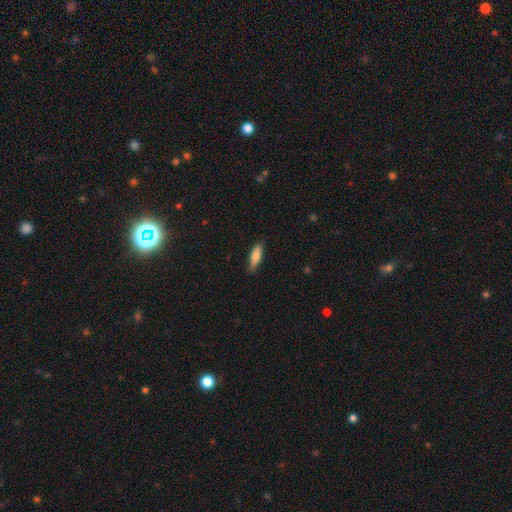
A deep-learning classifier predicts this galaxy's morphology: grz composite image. It shows a smooth galaxy with no disk features (75%) that is in between round and cigar-shaped (50%). Merging: none (84%).